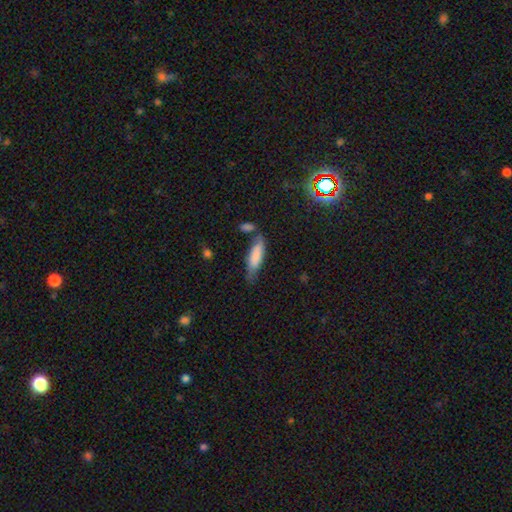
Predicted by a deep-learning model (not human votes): Smooth or featured?
  - smooth: 77% *
  - featured or disk: 17%
  - star or artifact: 6%
How rounded?
  - cigar-shaped: 53% *
  - in between: 45%
  - round: 2%
Merging?
  - none: 50% *
  - minor disturbance: 27%
  - merger: 14%
  - major disturbance: 8%